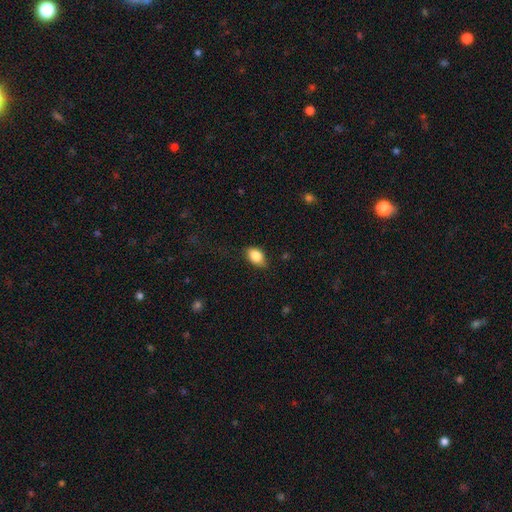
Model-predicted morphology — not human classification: Overall: smooth (86%). How rounded: in between (86%). Merging: none (75%).